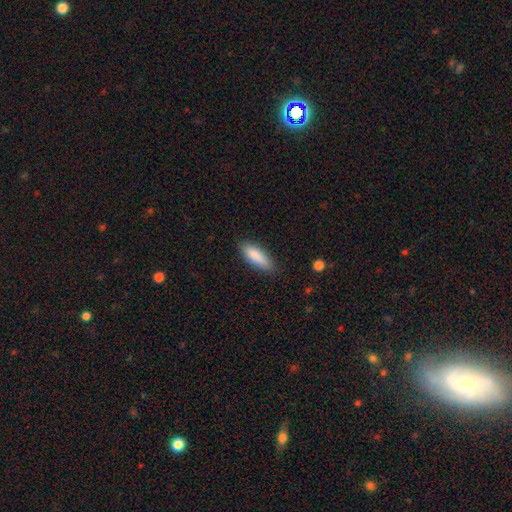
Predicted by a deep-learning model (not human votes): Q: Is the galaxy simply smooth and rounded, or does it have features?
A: smooth — 86%.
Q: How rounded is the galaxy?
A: in between — 58%.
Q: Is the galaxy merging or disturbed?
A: none — 83%.